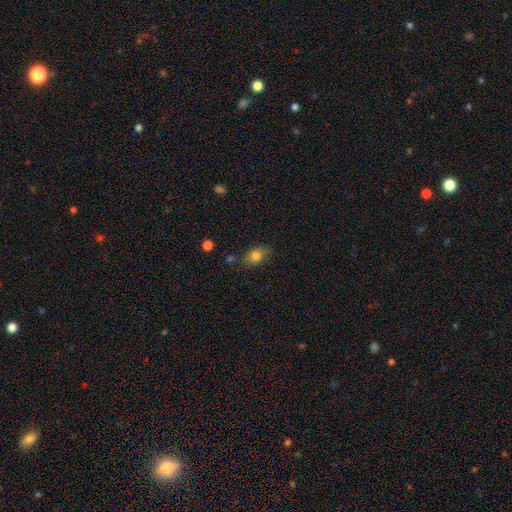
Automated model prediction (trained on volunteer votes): This is likely a smooth galaxy (79%). How rounded: likely in between (75%). Merging: likely none (75%).